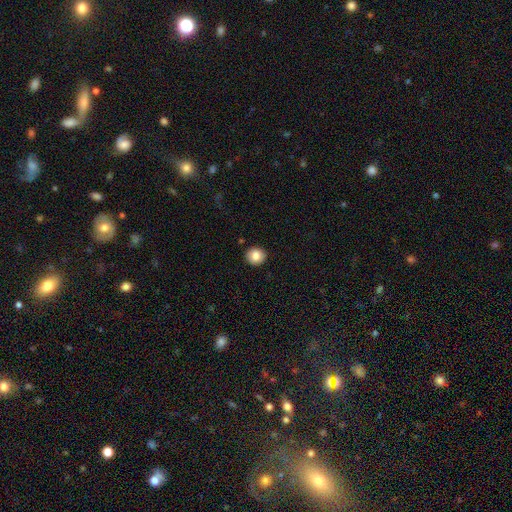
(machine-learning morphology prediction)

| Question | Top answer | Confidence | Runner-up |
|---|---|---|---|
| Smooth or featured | smooth | 85% | star or artifact (8%) |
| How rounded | round | 88% | in between (11%) |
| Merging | none | 92% | minor disturbance (6%) |